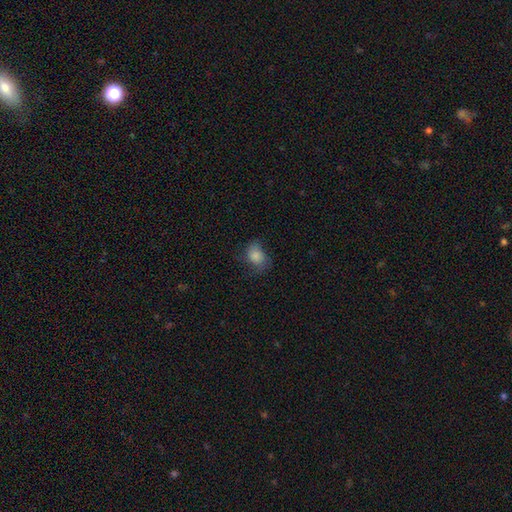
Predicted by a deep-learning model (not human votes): Smooth or featured? smooth (75%)
How rounded? in between (66%)
Merging? none (53%)